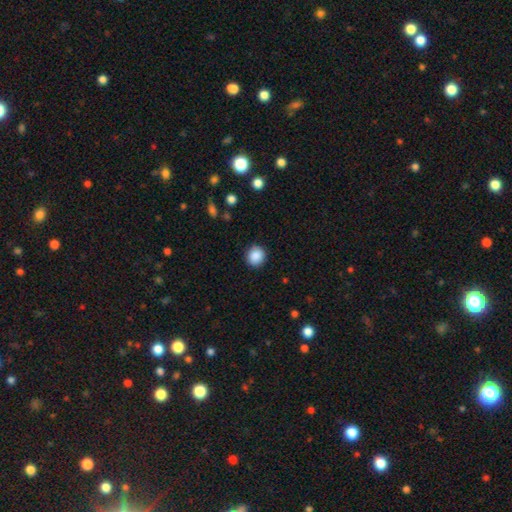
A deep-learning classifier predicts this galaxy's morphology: Smooth or featured?
  - smooth: 88% *
  - star or artifact: 9%
  - featured or disk: 3%
How rounded?
  - round: 86% *
  - in between: 13%
  - cigar-shaped: 1%
Merging?
  - none: 88% *
  - minor disturbance: 9%
  - major disturbance: 2%
  - merger: 1%